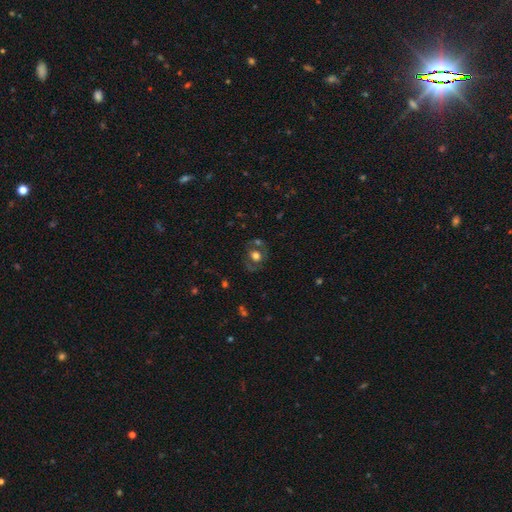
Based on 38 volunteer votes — This appears to be a featured or disk galaxy (61%) with no bar (74%), no spiral arms (70%) and a moderate central bulge (48%). Merging: none (73%).